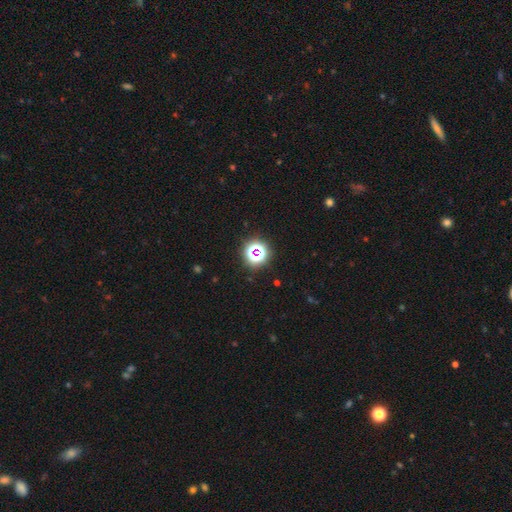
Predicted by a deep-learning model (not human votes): smooth-or-featured: star or artifact: 61% | smooth: 30% | featured or disk: 10%